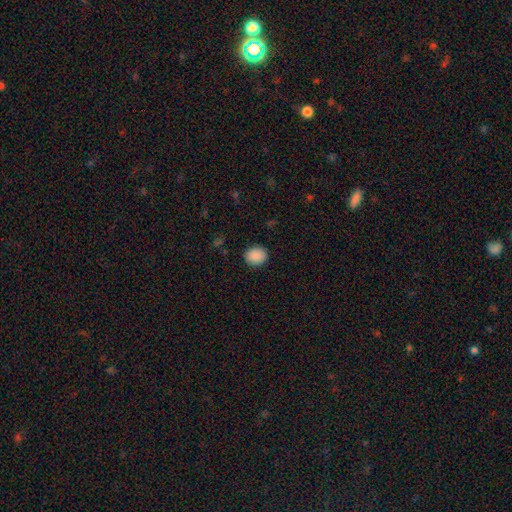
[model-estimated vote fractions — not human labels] Smooth or featured? smooth (89%)
How rounded? round (63%)
Merging? none (89%)